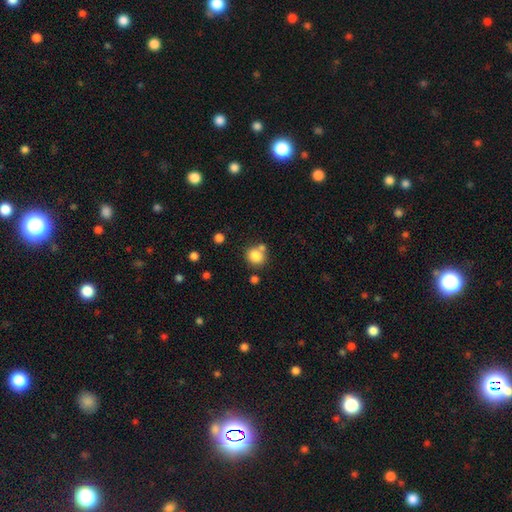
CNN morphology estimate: The model was most divided on "merging": none: 63%, merger: 22%, minor disturbance: 11%, major disturbance: 4%. More confident: smooth or featured — smooth (83%); how rounded — round (81%).